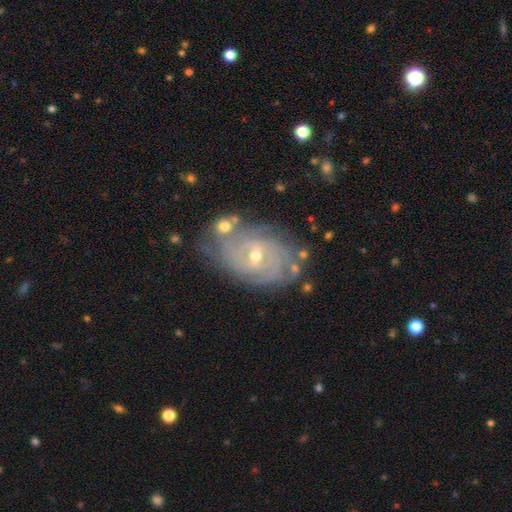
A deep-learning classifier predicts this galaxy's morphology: This appears to be a featured or disk galaxy (88%) with a weak bar (50%), tight (78%) spiral arms (96%) and a small central bulge (56%). Merging: none (69%).